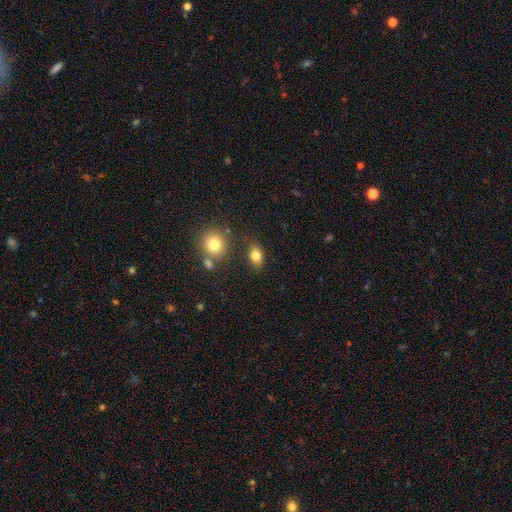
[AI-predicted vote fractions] Smooth or featured? smooth (81%)
How rounded? in between (77%)
Merging? none (80%)